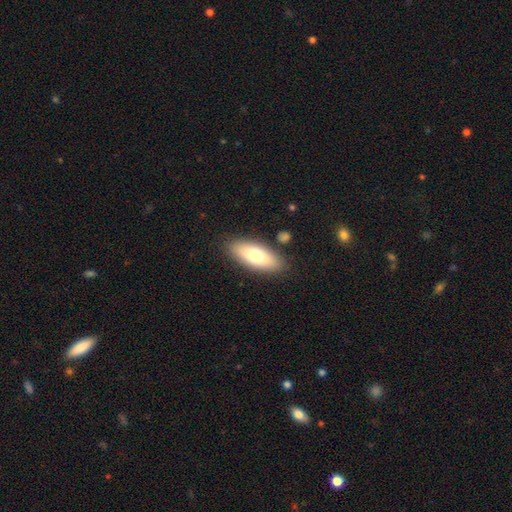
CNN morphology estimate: smooth_or_featured: smooth (p=0.72) [alt: featured or disk p=0.21]
how_rounded: in between (p=0.77) [alt: cigar-shaped p=0.21]
merging: none (p=0.85) [alt: minor disturbance p=0.10]